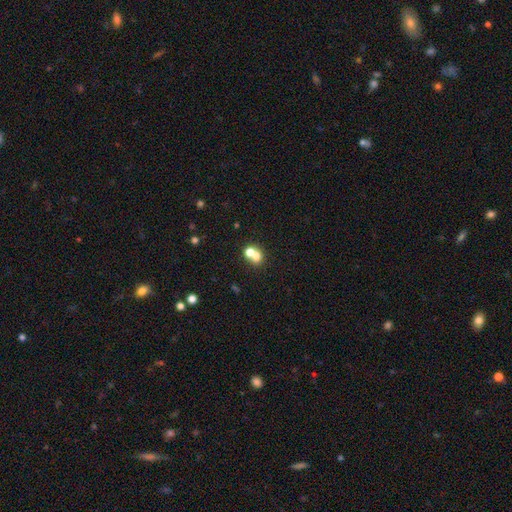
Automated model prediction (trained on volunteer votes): smooth 68%, featured or disk 17%, star or artifact 14%. Down the decision tree: how rounded — round (73%); merging — merger (57%).